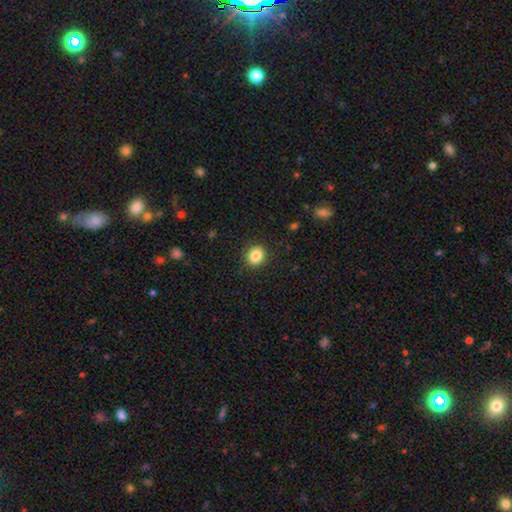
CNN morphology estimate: smooth 85%, star or artifact 10%, featured or disk 5%. Down the decision tree: how rounded — round (69%); merging — none (89%).